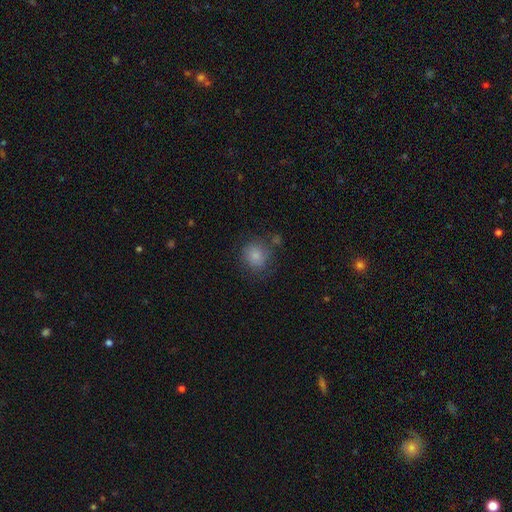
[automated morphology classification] Smooth or featured: smooth — 83% (star or artifact — 9%)
How rounded: round — 83% (in between — 16%)
Merging: none — 68% (minor disturbance — 19%)